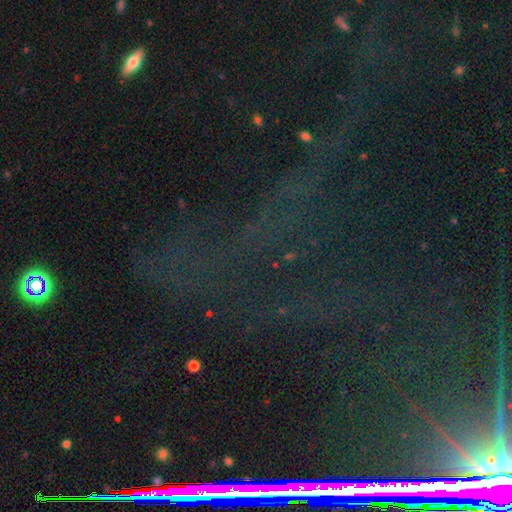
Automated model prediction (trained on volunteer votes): Overall: star or artifact (78%).